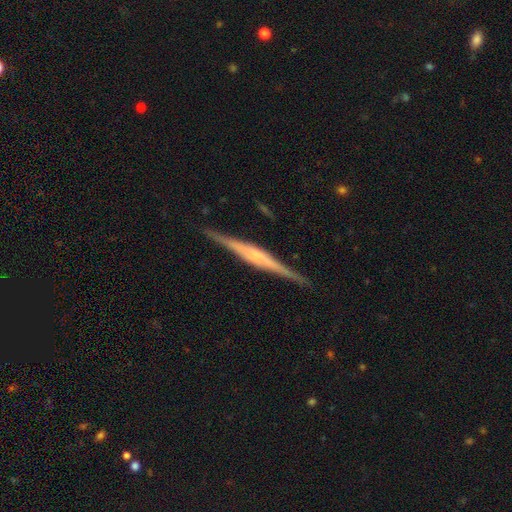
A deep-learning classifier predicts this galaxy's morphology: Smooth or featured? Predicted: featured or disk (p=0.82). Edge-on disk? Predicted: yes (p=0.98). Edge-on bulge? Predicted: rounded (p=0.51). Merging? Predicted: none (p=0.90).